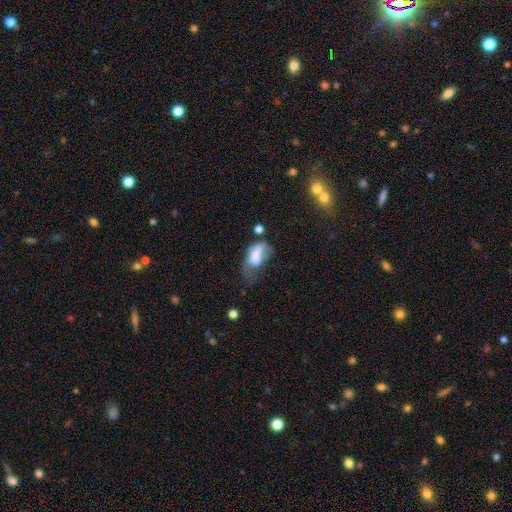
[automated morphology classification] Smooth or featured?
  - smooth: 58% *
  - featured or disk: 31%
  - star or artifact: 11%
How rounded?
  - in between: 88% *
  - round: 9%
  - cigar-shaped: 4%
Merging?
  - major disturbance: 48% *
  - minor disturbance: 21%
  - none: 16%
  - merger: 16%